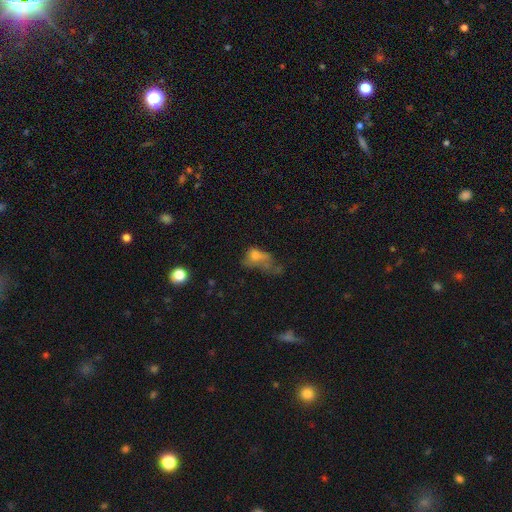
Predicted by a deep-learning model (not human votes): Morphology: type=smooth (56%); roundness=in between (74%); merging=major disturbance (49%).